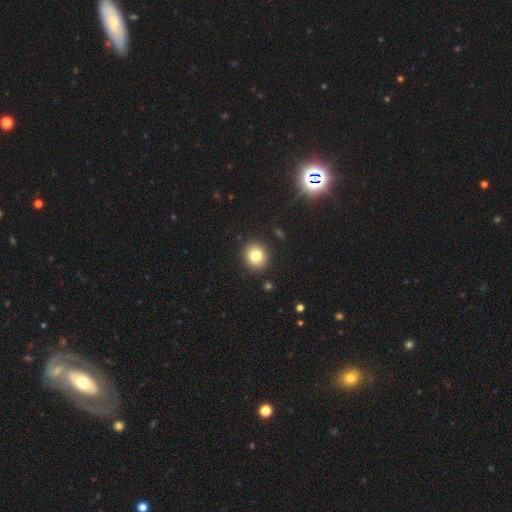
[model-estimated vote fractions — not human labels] smooth-or-featured: smooth: 82% | star or artifact: 11% | featured or disk: 7%
  how-rounded: round: 80% | in between: 19% | cigar-shaped: 1%
  merging: none: 90% | minor disturbance: 7% | major disturbance: 2% | merger: 2%